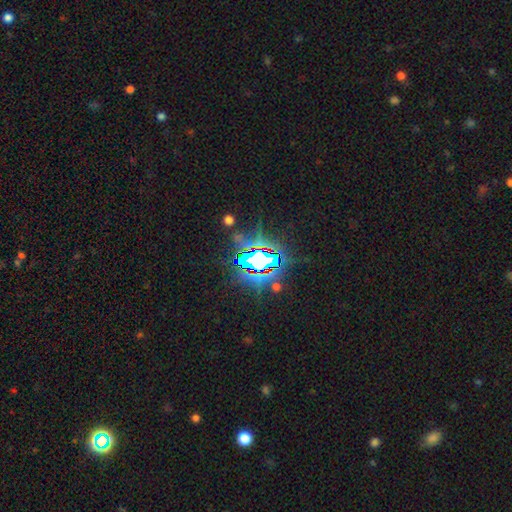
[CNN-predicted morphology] type=star or artifact (83%).